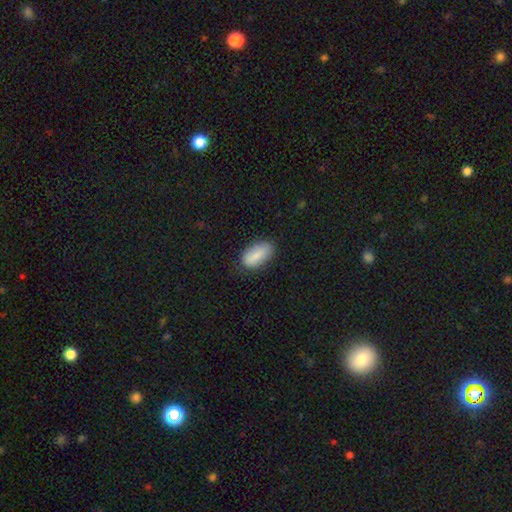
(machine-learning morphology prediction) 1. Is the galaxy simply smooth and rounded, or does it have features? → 84% smooth, 10% featured or disk, 7% star or artifact.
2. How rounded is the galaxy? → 91% in between, 5% cigar-shaped, 3% round.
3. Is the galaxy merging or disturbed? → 80% none, 16% minor disturbance, 3% major disturbance, 1% merger.